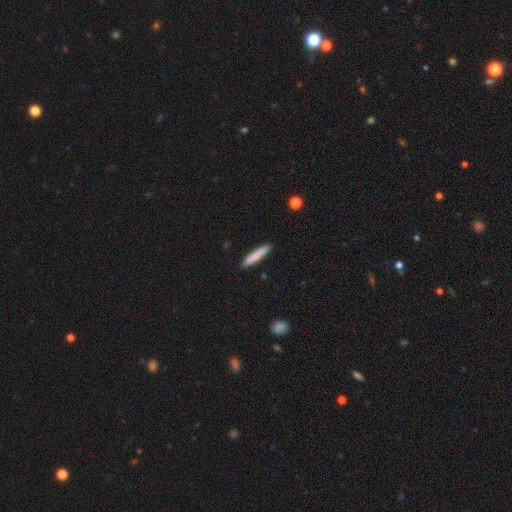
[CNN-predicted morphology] smooth-or-featured: smooth: 81% | featured or disk: 13% | star or artifact: 6%
  how-rounded: cigar-shaped: 93% | in between: 6% | round: 1%
  merging: none: 90% | minor disturbance: 7% | major disturbance: 1% | merger: 1%